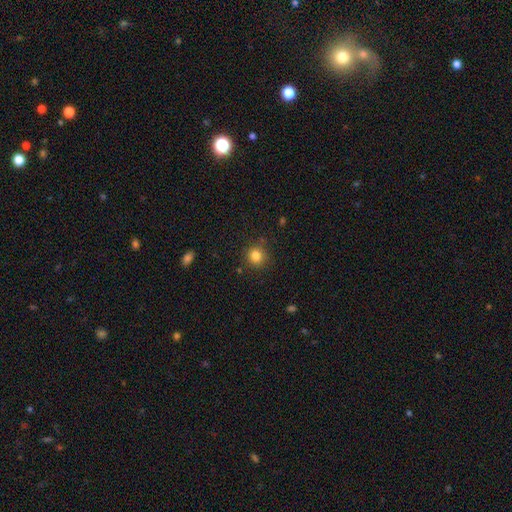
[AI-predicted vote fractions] This appears to be a smooth galaxy with no disk features (83%) that is round (89%). Merging: none (85%).